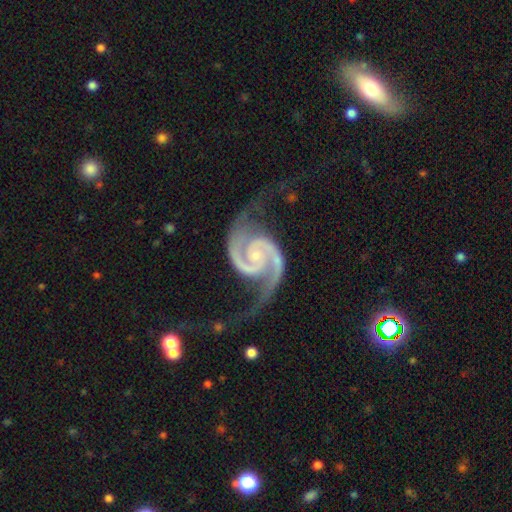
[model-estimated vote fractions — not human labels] Smooth or featured: featured or disk — 95% (star or artifact — 3%)
Edge-on disk: no — 99% (yes — 1%)
Bar: no — 64% (weak — 26%)
Spiral arms: yes — 99% (no — 1%)
Spiral winding: medium — 59% (tight — 26%)
Spiral arm count: 2 — 94% (3 — 1%)
Bulge size: small — 71% (moderate — 22%)
Merging: none — 61% (minor disturbance — 21%)